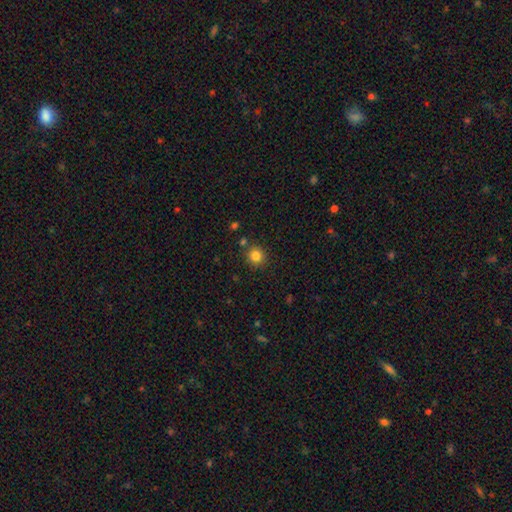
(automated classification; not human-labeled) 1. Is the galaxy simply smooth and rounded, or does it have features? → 83% smooth, 12% star or artifact, 5% featured or disk.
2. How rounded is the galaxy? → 90% round, 10% in between, 1% cigar-shaped.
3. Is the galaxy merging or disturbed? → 85% none, 8% minor disturbance, 5% merger, 2% major disturbance.